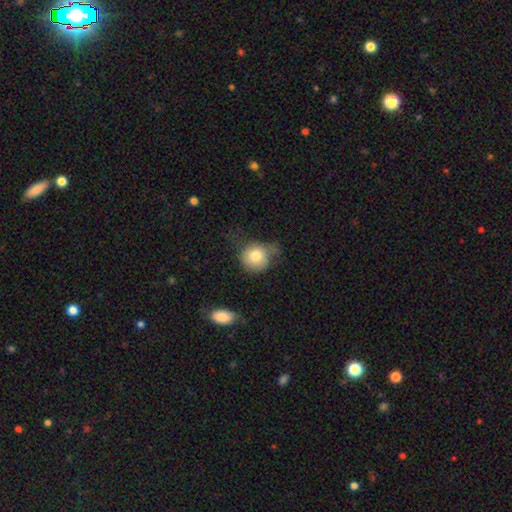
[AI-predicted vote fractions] Smooth or featured: smooth — 79% (featured or disk — 13%)
How rounded: round — 83% (in between — 16%)
Merging: none — 40% (minor disturbance — 36%)